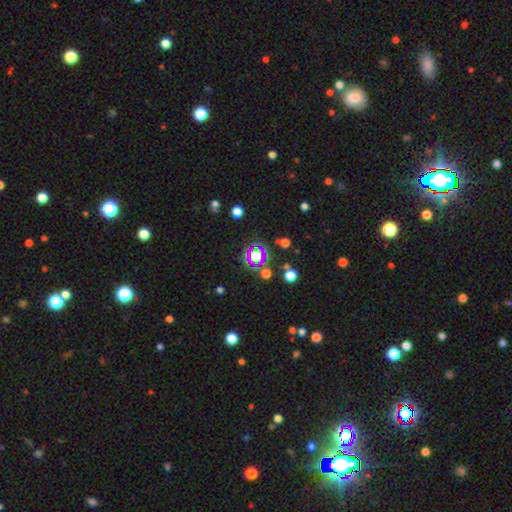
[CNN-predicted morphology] The model was most divided on "smooth or featured": star or artifact: 62%, smooth: 26%, featured or disk: 11%.